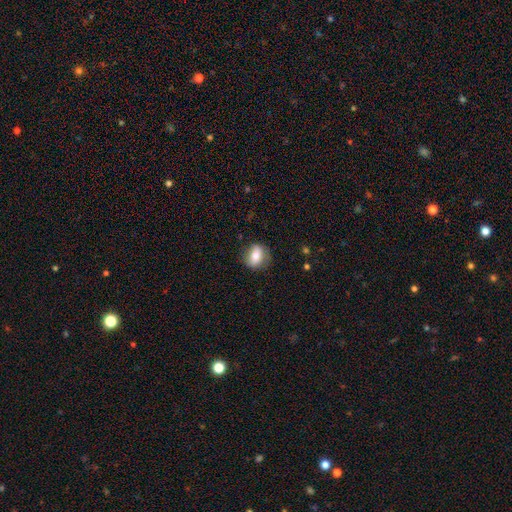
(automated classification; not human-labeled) Overall: smooth (68%). How rounded: in between (50%; round 47%). Merging: none (80%).